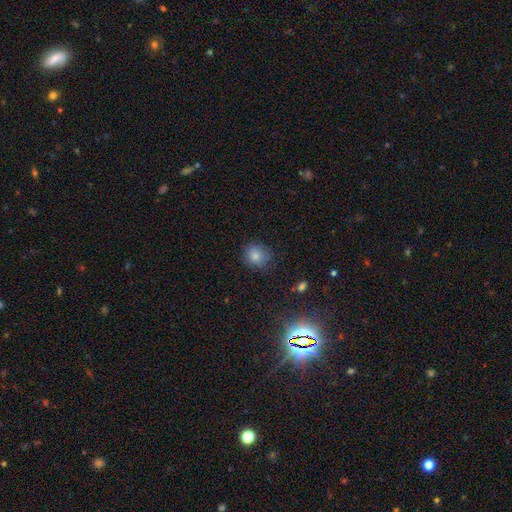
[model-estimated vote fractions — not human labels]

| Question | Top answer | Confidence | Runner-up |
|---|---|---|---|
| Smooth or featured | smooth | 81% | star or artifact (11%) |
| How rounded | round | 81% | in between (18%) |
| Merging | none | 80% | minor disturbance (15%) |